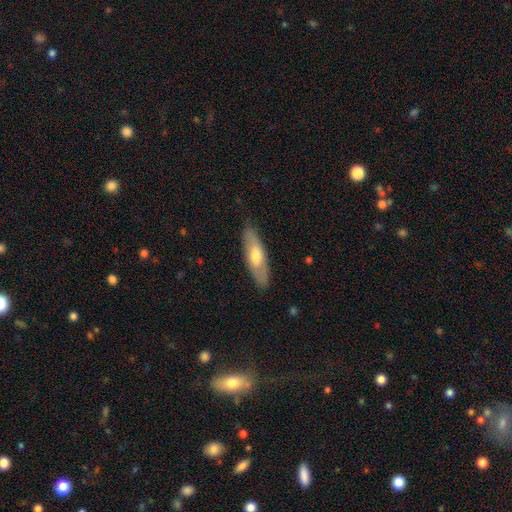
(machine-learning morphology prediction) Smooth or featured: smooth — 57% (featured or disk — 38%)
How rounded: in between — 50% (cigar-shaped — 48%)
Merging: none — 84% (minor disturbance — 12%)